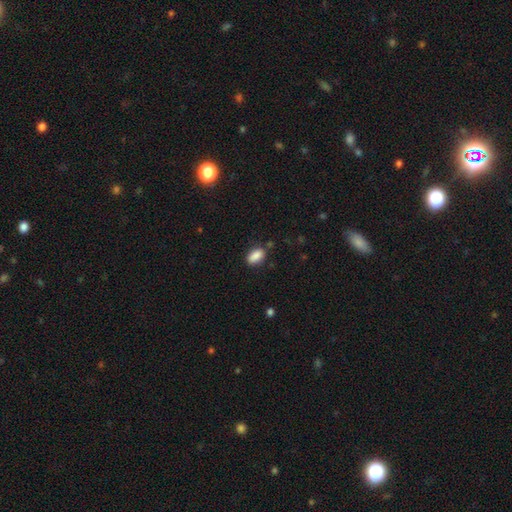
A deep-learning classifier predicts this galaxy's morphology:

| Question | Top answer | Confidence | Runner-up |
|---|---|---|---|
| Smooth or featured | smooth | 88% | star or artifact (8%) |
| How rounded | in between | 91% | round (6%) |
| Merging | none | 78% | minor disturbance (15%) |